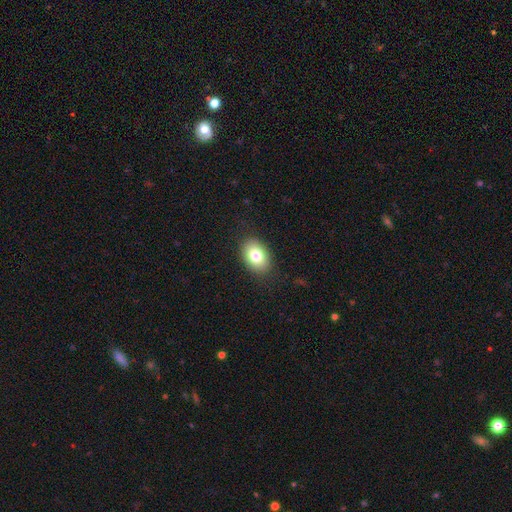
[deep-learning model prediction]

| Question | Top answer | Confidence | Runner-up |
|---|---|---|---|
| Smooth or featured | smooth | 80% | featured or disk (11%) |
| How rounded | in between | 83% | round (16%) |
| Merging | none | 87% | minor disturbance (9%) |